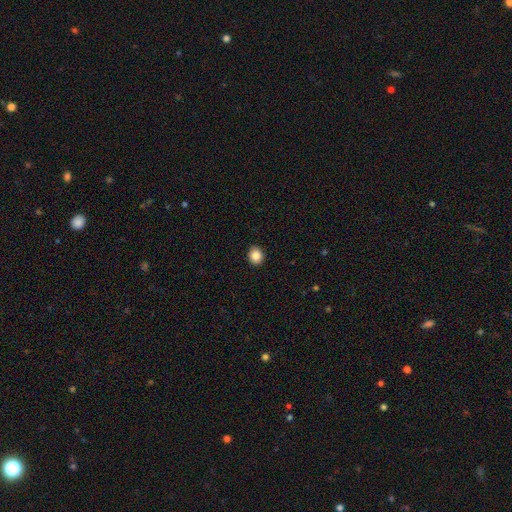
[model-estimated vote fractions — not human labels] A smooth galaxy with no disk features (86%) that is round (63%). Merging: none (91%).